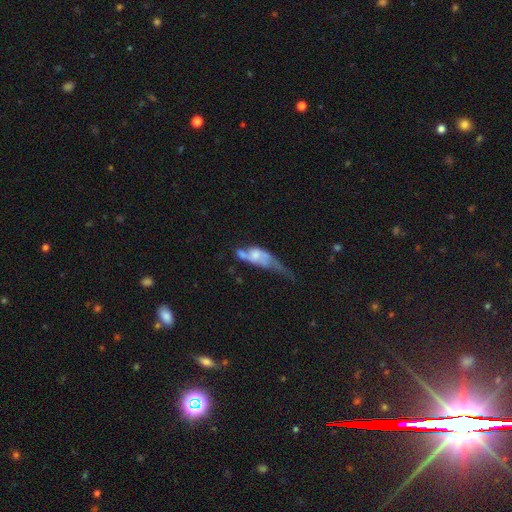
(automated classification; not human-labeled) This appears to be a featured or disk galaxy (51%). Merging: major disturbance (37%).